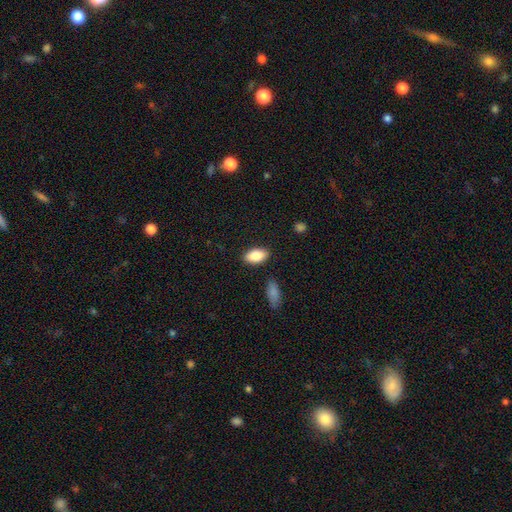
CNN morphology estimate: Smooth or featured: smooth — 86% (featured or disk — 7%)
How rounded: in between — 92% (round — 4%)
Merging: none — 86% (minor disturbance — 9%)